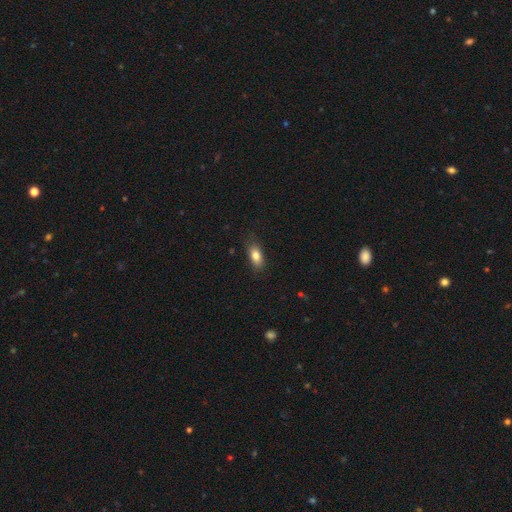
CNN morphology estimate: Q: Smooth or featured?
A: smooth (82%); runner-up: featured or disk (10%)
Q: How rounded?
A: in between (84%); runner-up: cigar-shaped (10%)
Q: Merging?
A: none (79%); runner-up: minor disturbance (16%)